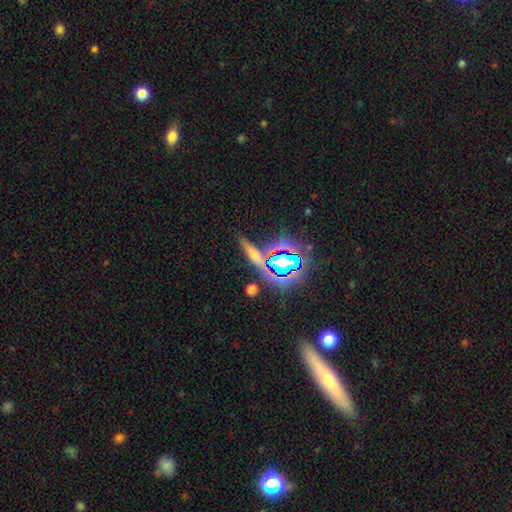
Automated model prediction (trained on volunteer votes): Overall: star or artifact (37%; smooth 34%).